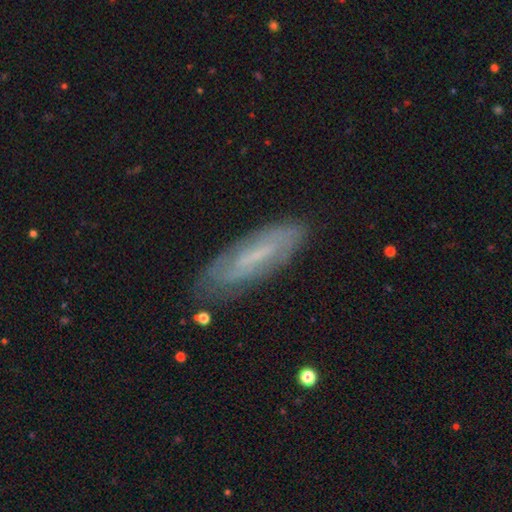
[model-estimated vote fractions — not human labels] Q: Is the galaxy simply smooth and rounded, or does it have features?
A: featured or disk — 56%.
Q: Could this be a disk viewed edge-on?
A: no — 68%.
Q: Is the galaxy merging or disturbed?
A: none — 79%.